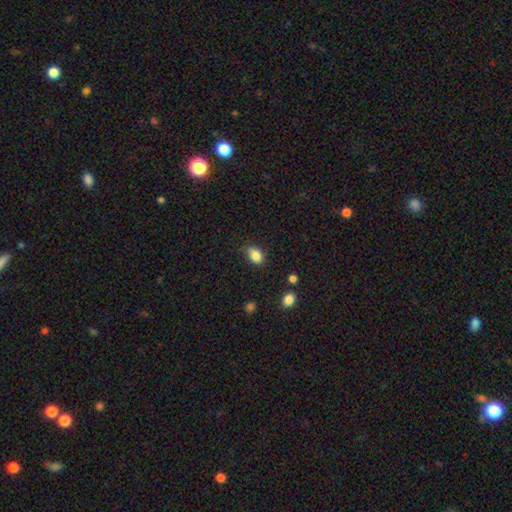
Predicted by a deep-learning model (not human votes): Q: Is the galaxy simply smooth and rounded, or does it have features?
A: smooth — 84%.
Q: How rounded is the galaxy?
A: in between — 73%.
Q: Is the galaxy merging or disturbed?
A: none — 62%.